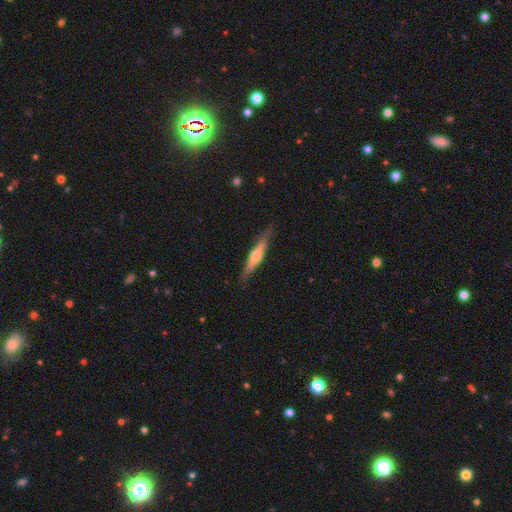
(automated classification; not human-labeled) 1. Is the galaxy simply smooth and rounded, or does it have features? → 53% featured or disk, 42% smooth, 6% star or artifact.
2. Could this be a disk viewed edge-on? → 94% yes, 6% no.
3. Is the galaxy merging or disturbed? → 83% none, 13% minor disturbance, 3% major disturbance, 1% merger.